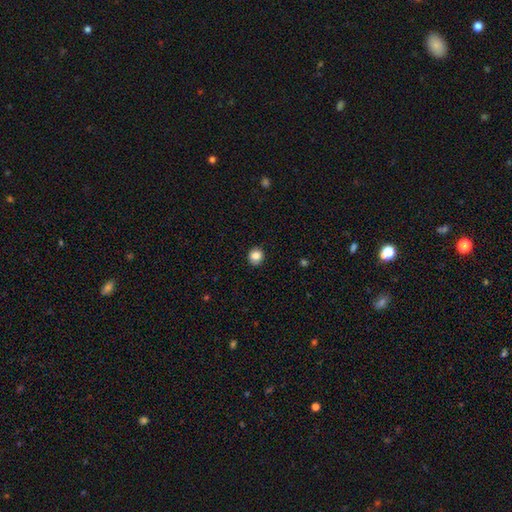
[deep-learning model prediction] smooth 84%, star or artifact 10%, featured or disk 6%. Down the decision tree: how rounded — round (86%); merging — none (89%).